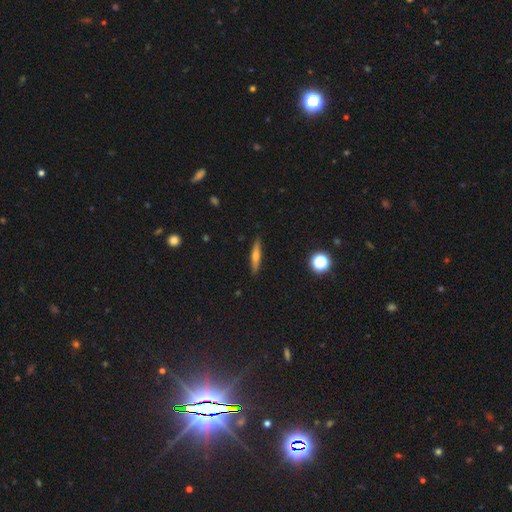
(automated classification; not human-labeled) The model was most divided on "smooth or featured": smooth: 48%, featured or disk: 44%, star or artifact: 9%. More confident: merging — none (90%).